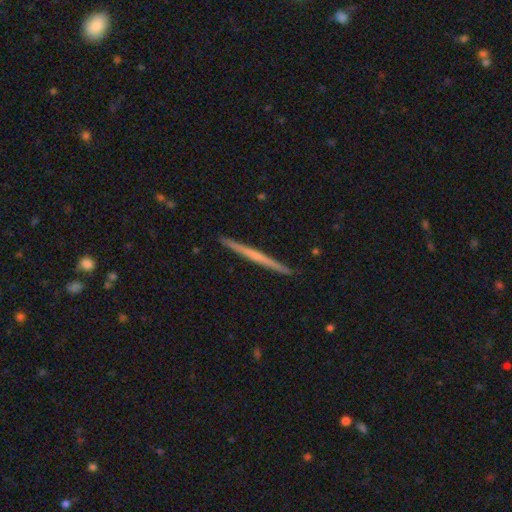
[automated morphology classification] The model was most divided on "smooth or featured": featured or disk: 61%, smooth: 34%, star or artifact: 5%. More confident: edge-on disk — yes (98%); merging — none (93%); edge-on bulge — none (75%).